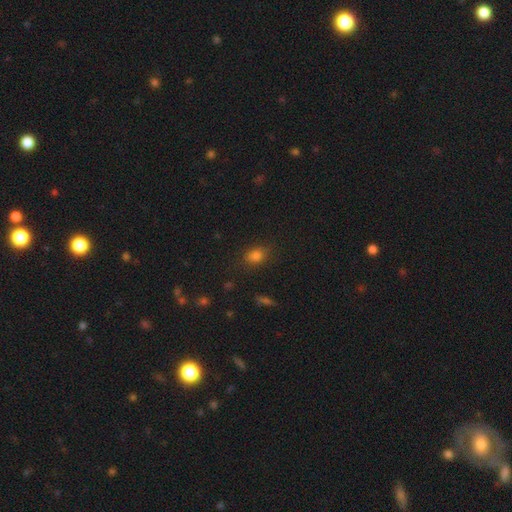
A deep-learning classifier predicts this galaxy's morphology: This is likely a smooth galaxy (78%). How rounded: possibly in between (58%). Merging: likely none (80%).